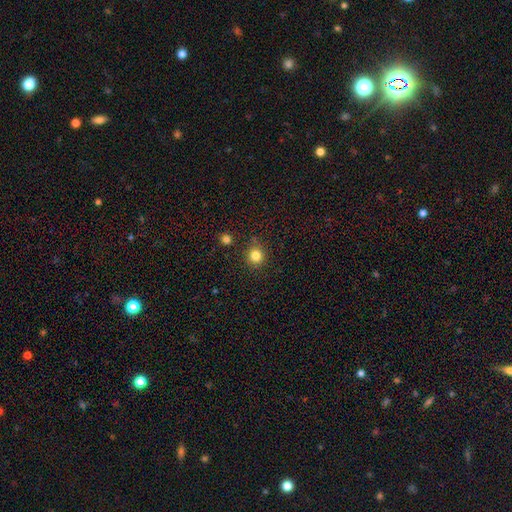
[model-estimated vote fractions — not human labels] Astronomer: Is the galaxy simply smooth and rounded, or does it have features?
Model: smooth — 82%.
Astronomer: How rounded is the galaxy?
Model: round — 90%.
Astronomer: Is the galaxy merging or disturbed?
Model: none — 86%.